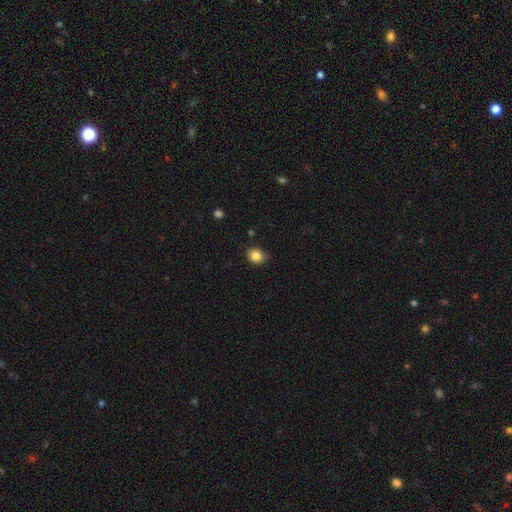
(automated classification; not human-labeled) smooth_or_featured: smooth (p=0.85) [alt: star or artifact p=0.10]
how_rounded: round (p=0.55) [alt: in between p=0.44]
merging: none (p=0.79) [alt: minor disturbance p=0.17]